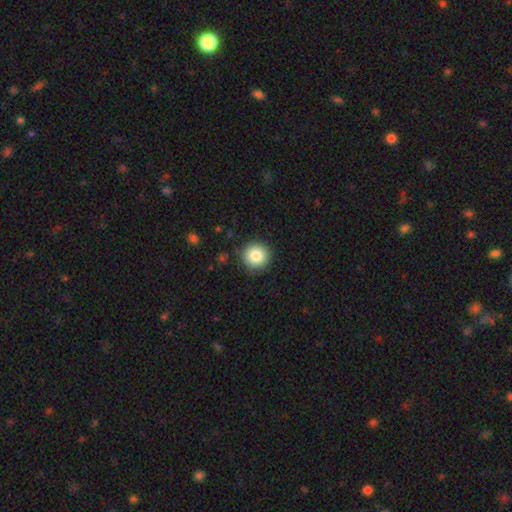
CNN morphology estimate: Smooth or featured? smooth (84%)
How rounded? round (95%)
Merging? none (90%)